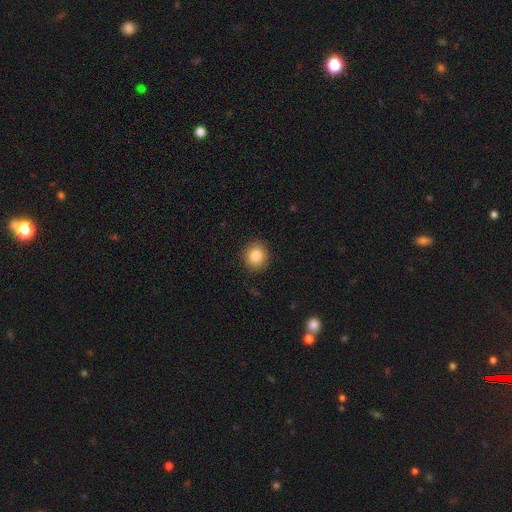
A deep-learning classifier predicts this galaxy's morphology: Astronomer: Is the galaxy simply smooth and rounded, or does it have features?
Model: smooth — 84%.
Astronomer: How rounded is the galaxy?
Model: round — 84%.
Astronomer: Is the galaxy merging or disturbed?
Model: none — 90%.